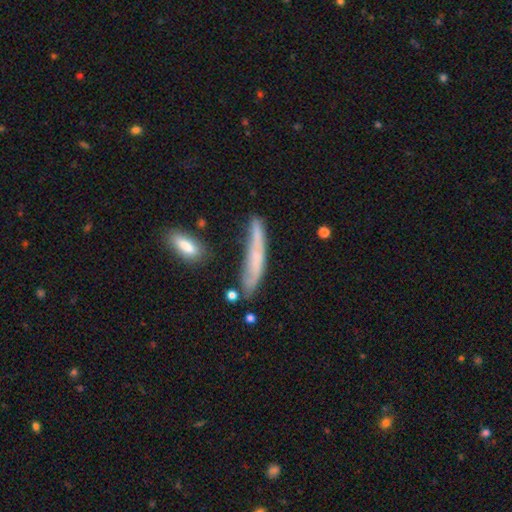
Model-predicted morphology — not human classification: Smooth or featured?
  - smooth: 54% *
  - featured or disk: 37%
  - star or artifact: 9%
How rounded?
  - cigar-shaped: 90% *
  - in between: 8%
  - round: 2%
Merging?
  - none: 60% *
  - minor disturbance: 25%
  - major disturbance: 8%
  - merger: 7%